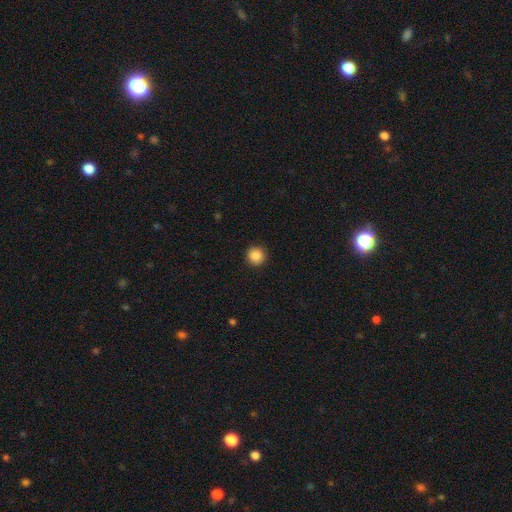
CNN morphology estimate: This is clearly a smooth galaxy (87%). How rounded: clearly round (95%). Merging: clearly none (92%).